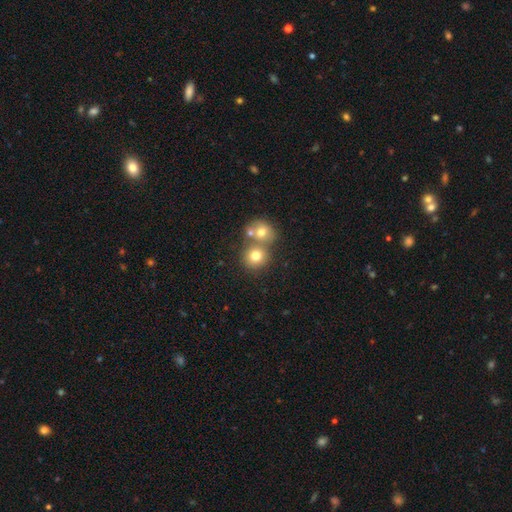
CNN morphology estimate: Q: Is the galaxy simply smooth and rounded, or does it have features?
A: smooth — 75%.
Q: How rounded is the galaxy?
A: round — 85%.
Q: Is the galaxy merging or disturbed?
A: none — 50%.